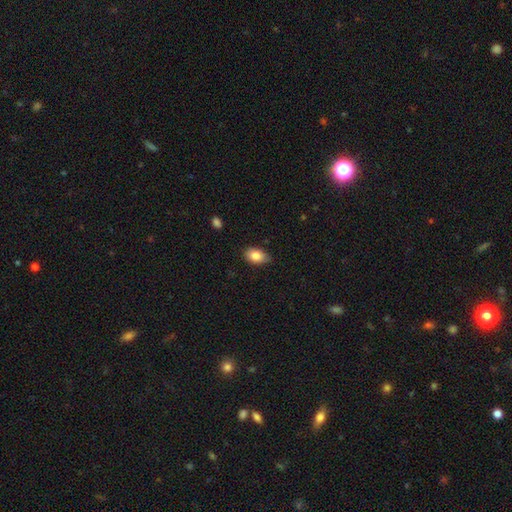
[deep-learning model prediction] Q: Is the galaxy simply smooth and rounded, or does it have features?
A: smooth — 83%.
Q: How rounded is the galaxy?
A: in between — 87%.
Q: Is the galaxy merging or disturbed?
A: none — 74%.